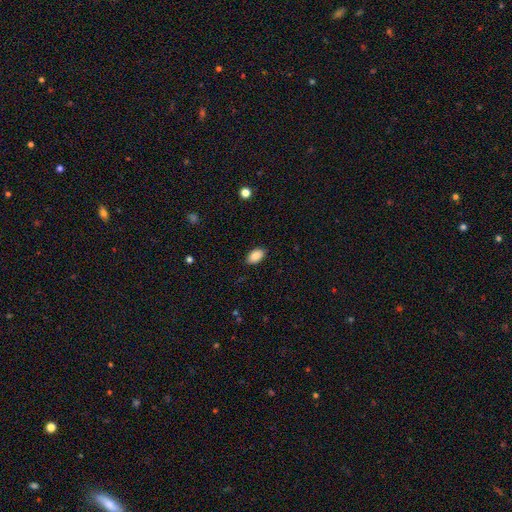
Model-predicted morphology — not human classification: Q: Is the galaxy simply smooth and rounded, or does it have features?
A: smooth — 88%.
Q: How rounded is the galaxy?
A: in between — 93%.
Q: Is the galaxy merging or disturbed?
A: none — 88%.